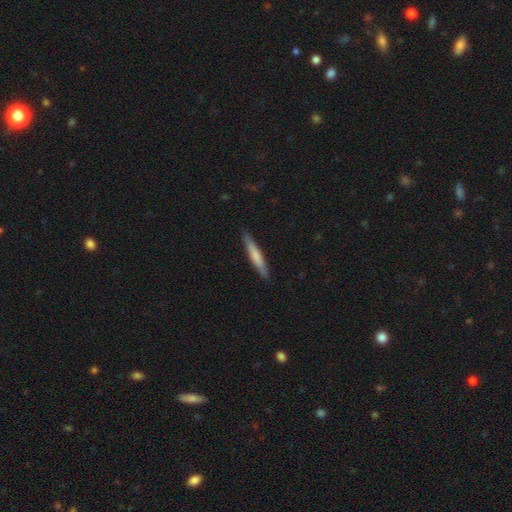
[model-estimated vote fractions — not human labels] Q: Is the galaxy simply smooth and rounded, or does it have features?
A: smooth — 68%.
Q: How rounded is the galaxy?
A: cigar-shaped — 94%.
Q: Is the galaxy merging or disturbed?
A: none — 90%.